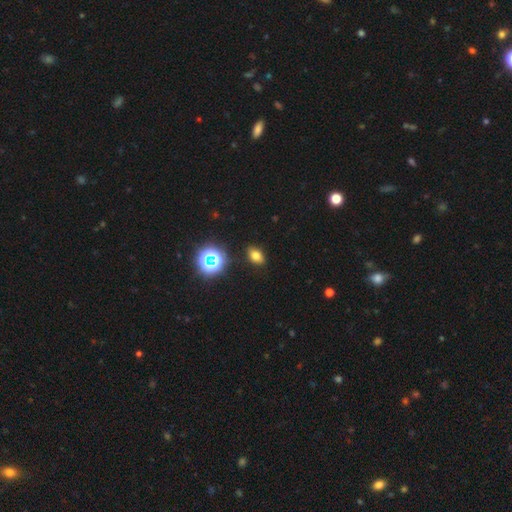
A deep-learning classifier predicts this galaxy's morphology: smooth_or_featured: smooth (p=0.70) [alt: star or artifact p=0.21]
how_rounded: in between (p=0.81) [alt: round p=0.17]
merging: none (p=0.87) [alt: minor disturbance p=0.09]